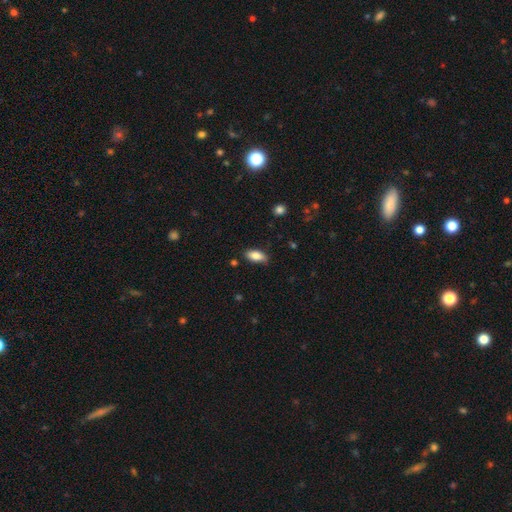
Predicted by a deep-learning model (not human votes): smooth 83%, featured or disk 10%, star or artifact 7%. Down the decision tree: how rounded — in between (88%); merging — none (81%).